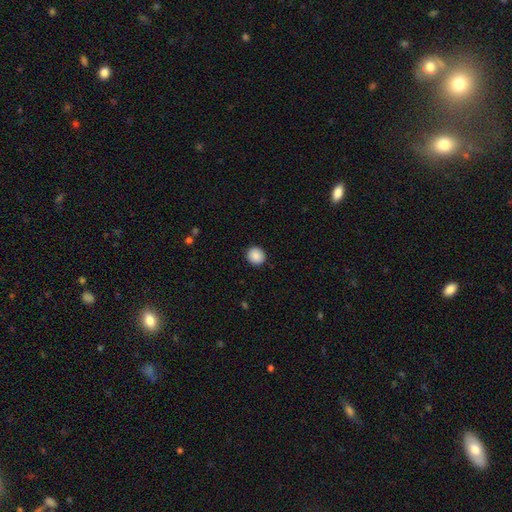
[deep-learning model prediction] This is clearly a smooth galaxy (89%). How rounded: clearly round (90%). Merging: clearly none (92%).